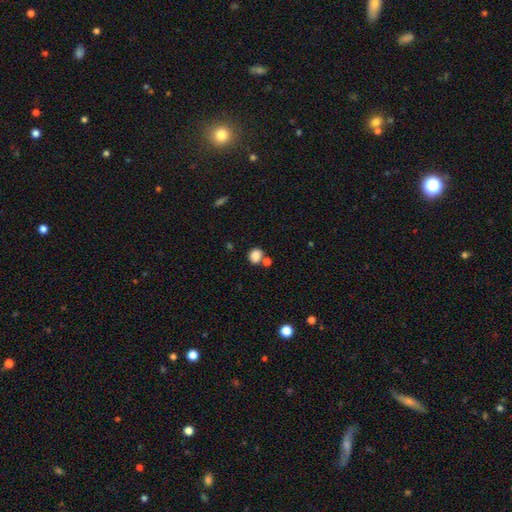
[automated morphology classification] Smooth or featured? smooth (85%)
How rounded? round (68%)
Merging? none (61%)